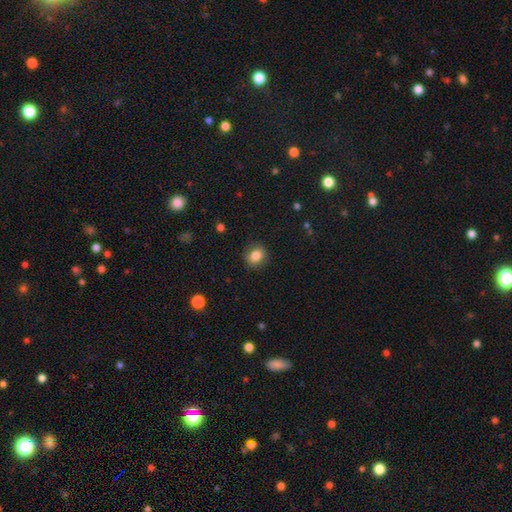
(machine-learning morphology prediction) This appears to be a smooth galaxy with no disk features (84%) that is round (64%). Merging: none (88%).